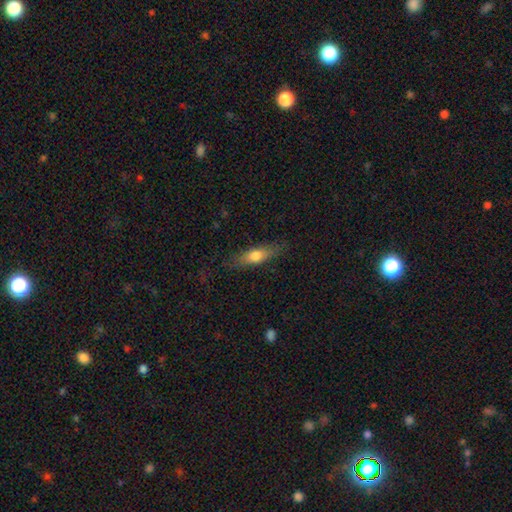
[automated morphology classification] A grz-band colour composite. It shows a smooth galaxy with no disk features (64%) that is cigar-shaped (53%). Merging: none (80%).